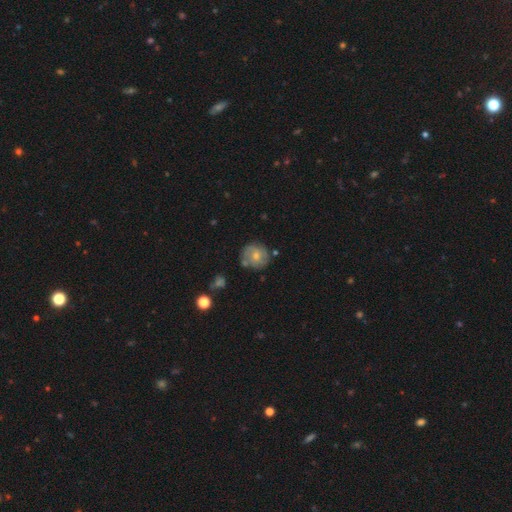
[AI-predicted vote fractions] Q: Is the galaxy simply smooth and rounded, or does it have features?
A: smooth — 52%.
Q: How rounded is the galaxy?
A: round — 88%.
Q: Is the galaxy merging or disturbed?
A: none — 70%.